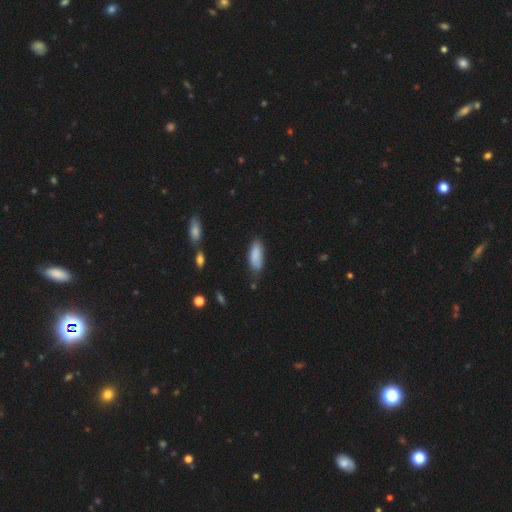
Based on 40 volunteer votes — Q: Smooth or featured?
A: smooth (90%); runner-up: featured or disk (8%)
Q: How rounded?
A: in between (75%); runner-up: cigar-shaped (19%)
Q: Merging?
A: none (59%); runner-up: minor disturbance (36%)